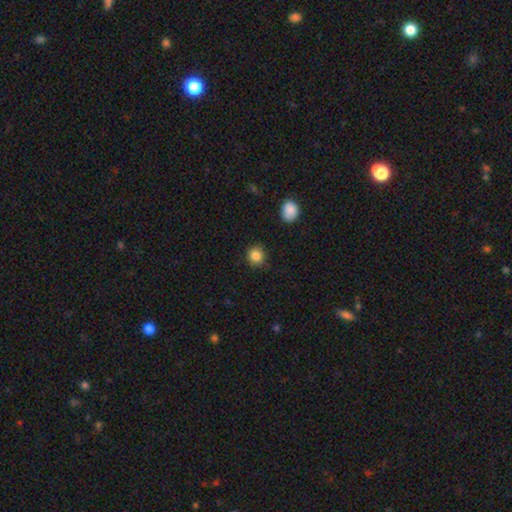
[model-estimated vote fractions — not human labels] Smooth or featured? smooth (85%)
How rounded? round (88%)
Merging? none (86%)